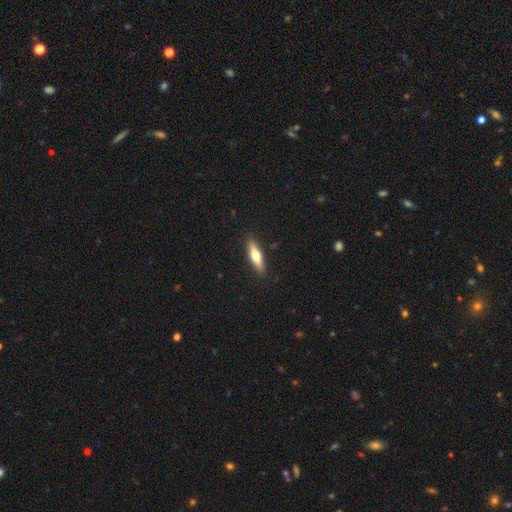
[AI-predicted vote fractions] Smooth or featured: smooth — 55% (featured or disk — 40%)
How rounded: cigar-shaped — 69% (in between — 29%)
Merging: none — 90% (minor disturbance — 8%)